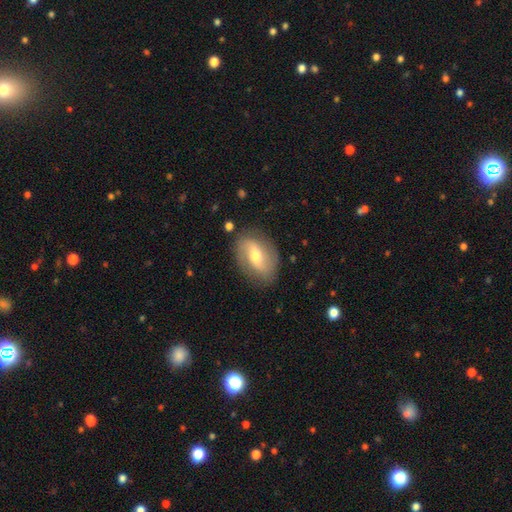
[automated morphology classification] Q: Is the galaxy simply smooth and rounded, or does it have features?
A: featured or disk — 61%.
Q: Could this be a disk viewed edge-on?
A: no — 92%.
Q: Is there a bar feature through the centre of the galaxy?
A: weak — 43%.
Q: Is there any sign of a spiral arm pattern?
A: yes — 75%.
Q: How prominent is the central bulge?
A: moderate — 64%.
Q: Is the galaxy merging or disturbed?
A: none — 81%.